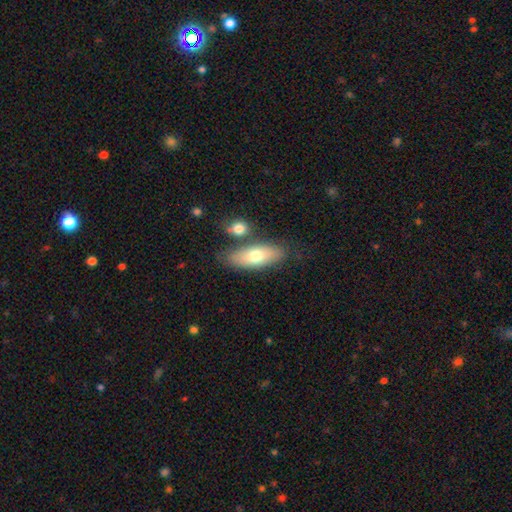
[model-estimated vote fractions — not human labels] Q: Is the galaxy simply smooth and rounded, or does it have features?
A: smooth — 69%.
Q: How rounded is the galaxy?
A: in between — 77%.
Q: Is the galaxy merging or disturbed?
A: none — 69%.